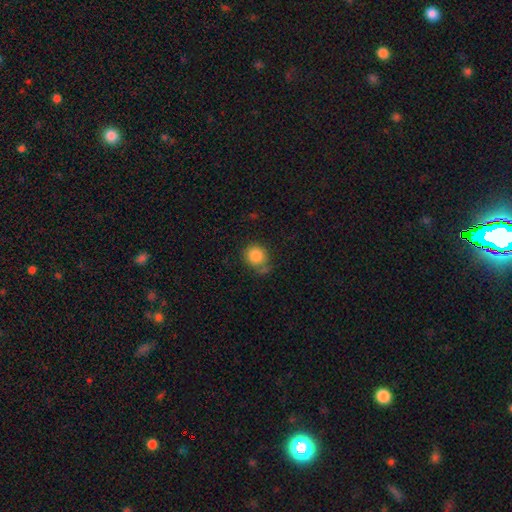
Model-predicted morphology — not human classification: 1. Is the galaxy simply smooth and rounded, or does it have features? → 86% smooth, 9% star or artifact, 5% featured or disk.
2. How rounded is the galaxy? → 84% round, 15% in between, 1% cigar-shaped.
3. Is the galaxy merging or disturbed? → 62% none, 21% minor disturbance, 9% merger, 8% major disturbance.